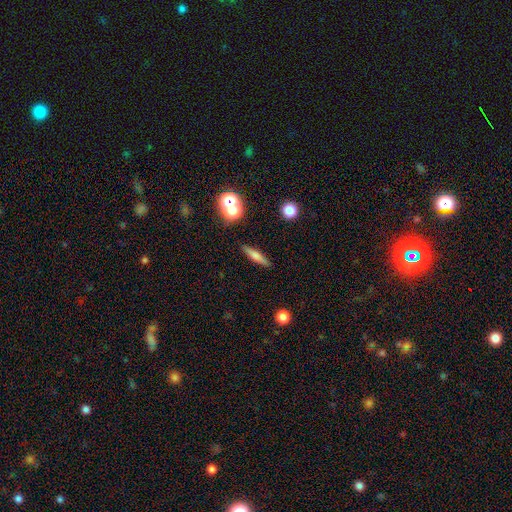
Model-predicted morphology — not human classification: Smooth or featured? smooth (58%)
How rounded? cigar-shaped (82%)
Merging? none (88%)